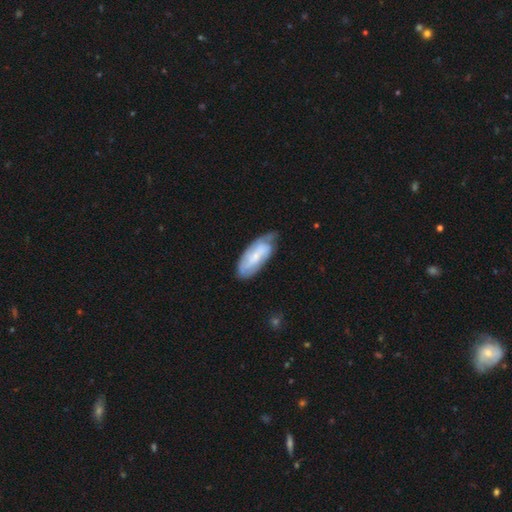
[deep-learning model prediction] This appears to be a featured or disk galaxy (54%). Merging: none (53%).